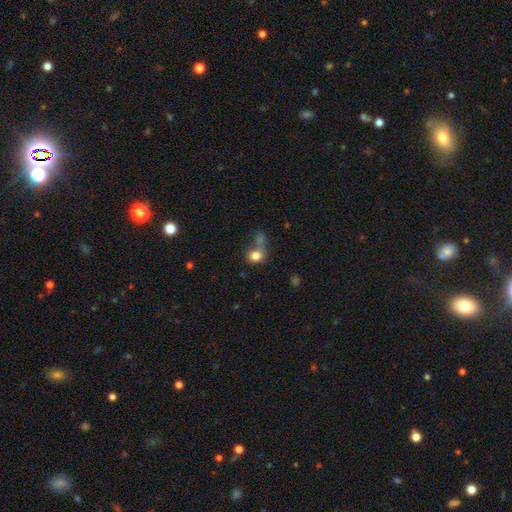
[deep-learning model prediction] Morphology: type=smooth (80%); roundness=round (66%); merging=none (44%).